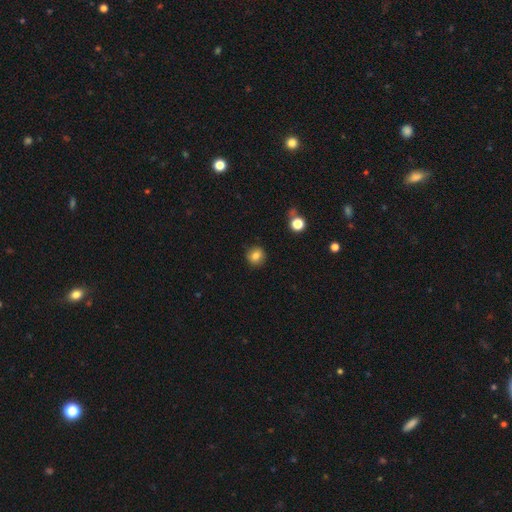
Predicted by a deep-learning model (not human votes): Overall: smooth (82%). How rounded: round (88%). Merging: none (89%).